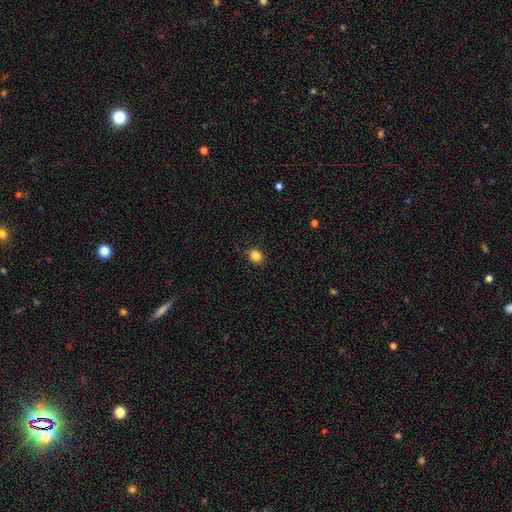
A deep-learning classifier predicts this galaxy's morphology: Smooth or featured: smooth — 84% (star or artifact — 11%)
How rounded: round — 52% (in between — 47%)
Merging: none — 83% (minor disturbance — 13%)